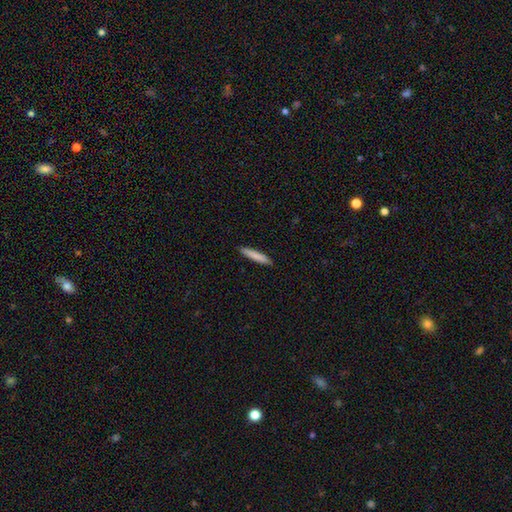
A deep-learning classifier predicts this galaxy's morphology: Q: Smooth or featured?
A: smooth (82%); runner-up: featured or disk (12%)
Q: How rounded?
A: cigar-shaped (92%); runner-up: in between (6%)
Q: Merging?
A: none (90%); runner-up: minor disturbance (7%)